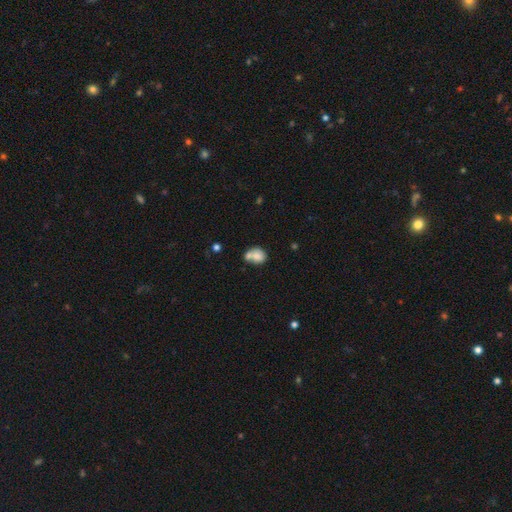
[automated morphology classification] Q: Smooth or featured?
A: smooth (74%); runner-up: featured or disk (17%)
Q: How rounded?
A: round (61%); runner-up: in between (38%)
Q: Merging?
A: merger (51%); runner-up: none (31%)